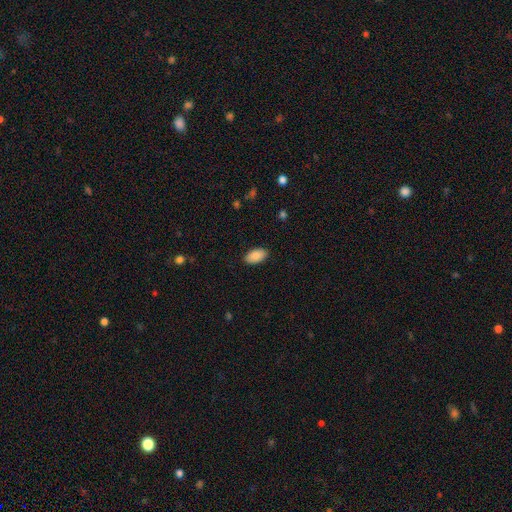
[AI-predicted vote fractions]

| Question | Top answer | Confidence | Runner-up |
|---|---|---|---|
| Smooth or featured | smooth | 88% | star or artifact (7%) |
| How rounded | in between | 95% | round (3%) |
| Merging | none | 89% | minor disturbance (8%) |